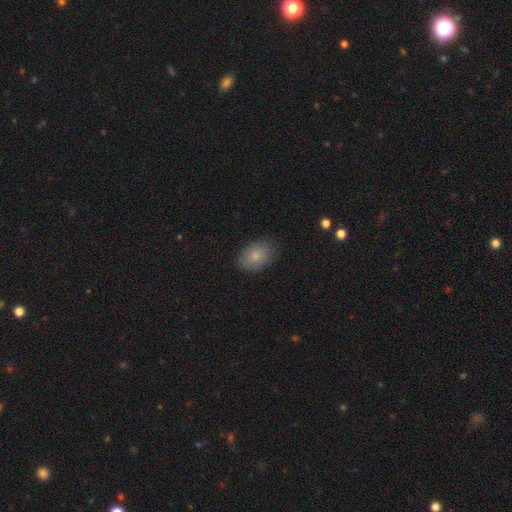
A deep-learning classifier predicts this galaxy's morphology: Overall: smooth (82%). How rounded: in between (83%). Merging: none (83%).